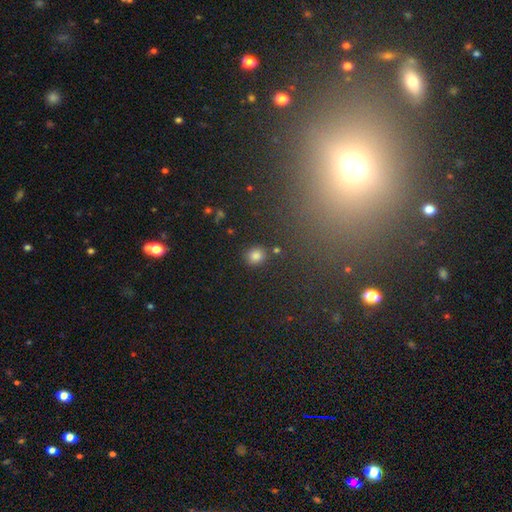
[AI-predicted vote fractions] Smooth or featured? Predicted: smooth (p=0.83). How rounded? Predicted: round (p=0.85). Merging? Predicted: none (p=0.86).